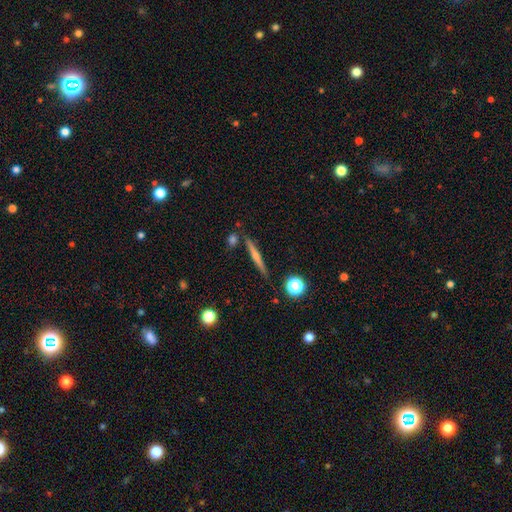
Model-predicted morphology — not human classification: smooth-or-featured: featured or disk: 48% | smooth: 44% | star or artifact: 8%
  merging: none: 85% | minor disturbance: 9% | merger: 4% | major disturbance: 2%